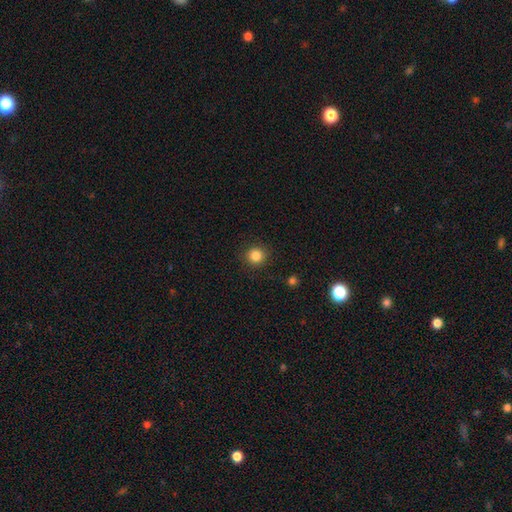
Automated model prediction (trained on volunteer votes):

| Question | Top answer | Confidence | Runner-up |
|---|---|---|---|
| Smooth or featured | smooth | 84% | star or artifact (11%) |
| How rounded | round | 92% | in between (7%) |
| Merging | none | 90% | minor disturbance (7%) |